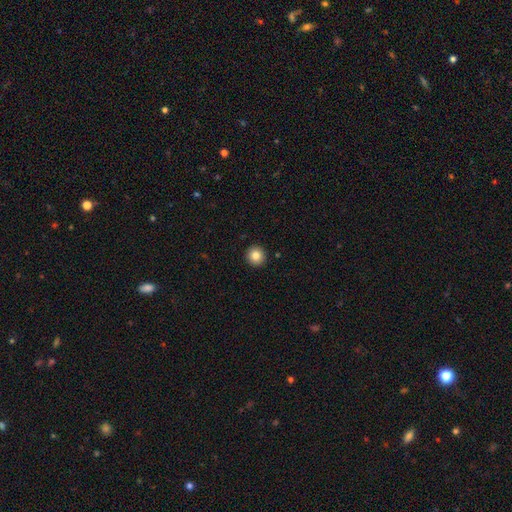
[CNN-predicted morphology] type=smooth (84%); roundness=round (95%); merging=none (93%).